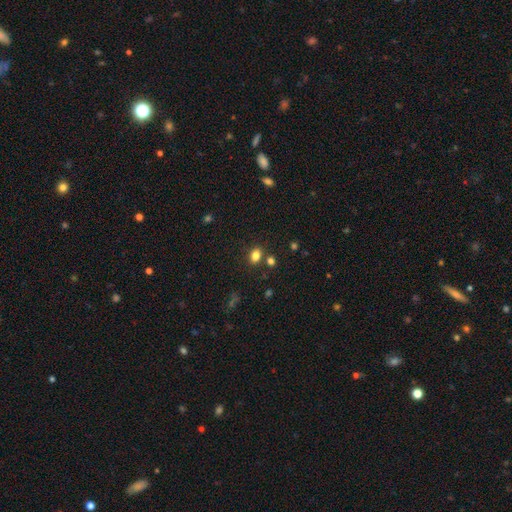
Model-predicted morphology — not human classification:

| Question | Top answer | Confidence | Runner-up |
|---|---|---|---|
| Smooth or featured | smooth | 82% | star or artifact (13%) |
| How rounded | in between | 67% | round (31%) |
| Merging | none | 76% | minor disturbance (11%) |